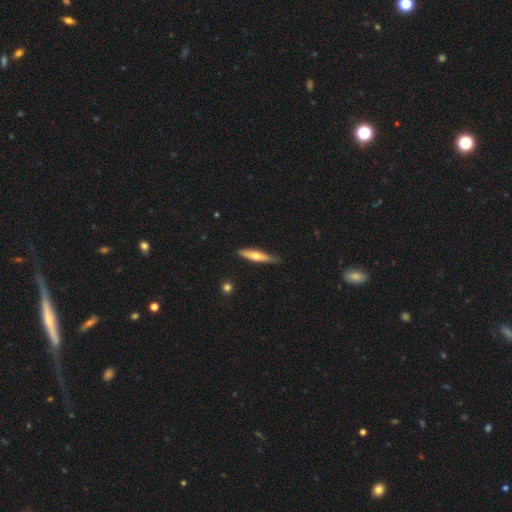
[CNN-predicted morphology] The model was most divided on "smooth or featured": smooth: 48%, featured or disk: 47%, star or artifact: 5%. More confident: merging — none (82%).